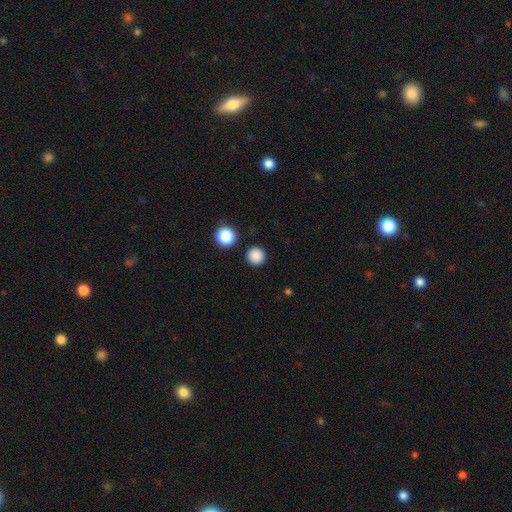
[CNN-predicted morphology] smooth-or-featured: smooth: 86% | star or artifact: 11% | featured or disk: 3%
  how-rounded: round: 96% | in between: 3% | cigar-shaped: 1%
  merging: none: 91% | minor disturbance: 5% | merger: 2% | major disturbance: 2%